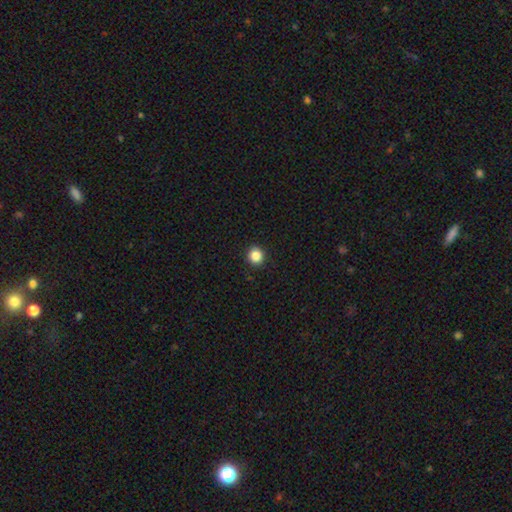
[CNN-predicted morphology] type=smooth (86%); roundness=round (92%); merging=none (93%).